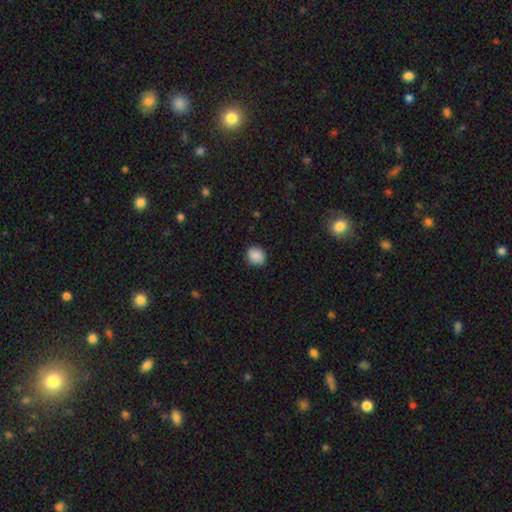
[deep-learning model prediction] A smooth galaxy with no disk features (88%) that is round (81%).

Vote fractions:
- Smooth or featured? smooth: 88% / star or artifact: 8% / featured or disk: 3%
- How rounded? round: 81% / in between: 18% / cigar-shaped: 1%
- Merging? none: 89% / minor disturbance: 8% / major disturbance: 2% / merger: 1%